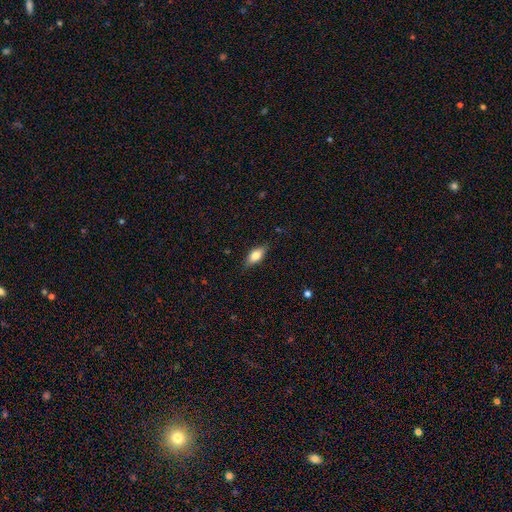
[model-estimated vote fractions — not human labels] Smooth or featured? smooth (71%)
How rounded? in between (81%)
Merging? none (81%)